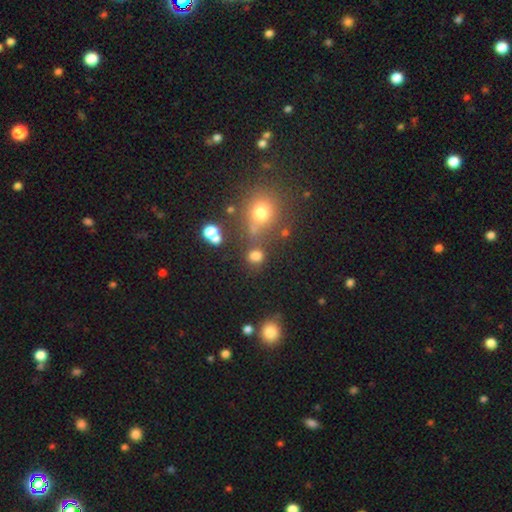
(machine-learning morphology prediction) Smooth or featured? Predicted: smooth (p=0.75). How rounded? Predicted: round (p=0.80). Merging? Predicted: none (p=0.72).